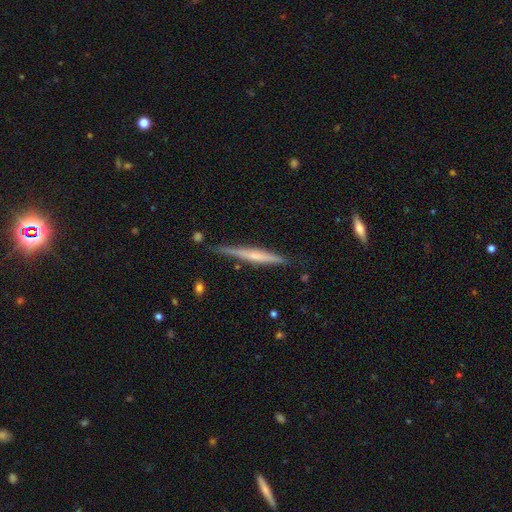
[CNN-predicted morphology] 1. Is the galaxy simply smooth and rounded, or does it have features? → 60% featured or disk, 34% smooth, 6% star or artifact.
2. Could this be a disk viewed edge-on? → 97% yes, 3% no.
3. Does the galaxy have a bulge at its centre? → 44% rounded, 42% none, 14% boxy.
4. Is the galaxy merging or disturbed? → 81% none, 14% minor disturbance, 2% major disturbance, 2% merger.